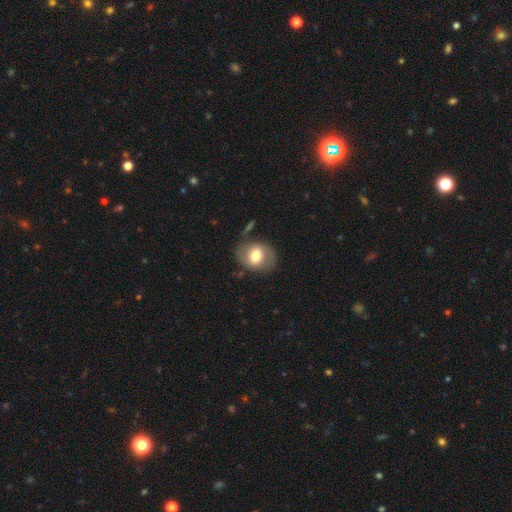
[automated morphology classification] smooth_or_featured: smooth (p=0.64) [alt: featured or disk p=0.29]
how_rounded: in between (p=0.51) [alt: round p=0.48]
merging: none (p=0.71) [alt: minor disturbance p=0.17]